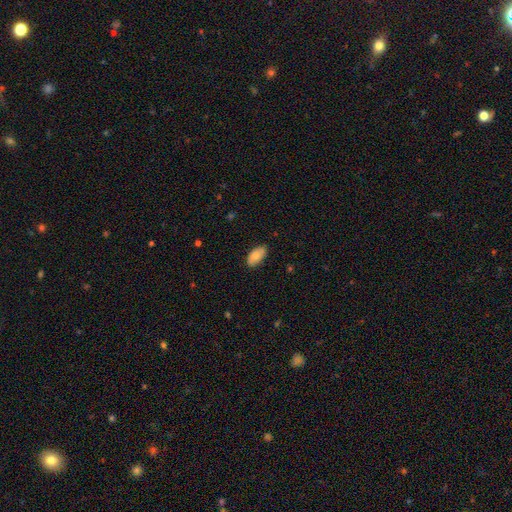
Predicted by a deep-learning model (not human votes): A smooth galaxy with no disk features (80%) that is in between round and cigar-shaped (94%). Merging: none (83%).